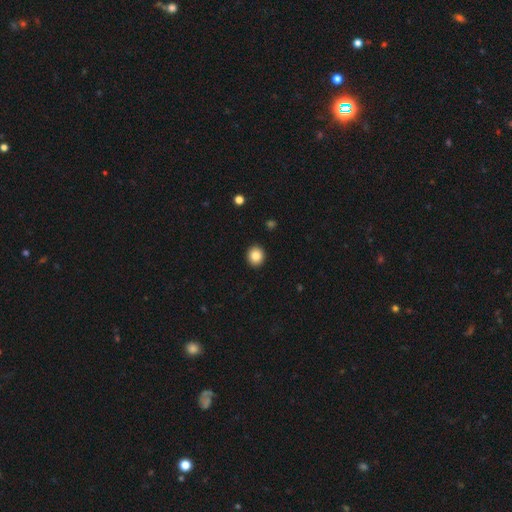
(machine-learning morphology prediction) smooth_or_featured: smooth (p=0.85) [alt: star or artifact p=0.09]
how_rounded: round (p=0.82) [alt: in between p=0.17]
merging: none (p=0.92) [alt: minor disturbance p=0.05]